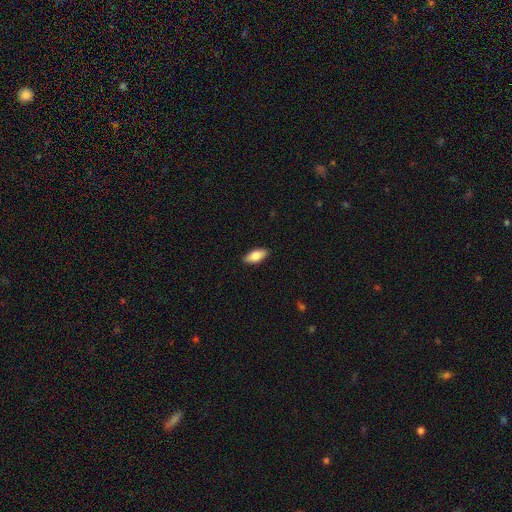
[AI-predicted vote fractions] A smooth galaxy with no disk features (80%) that is in between round and cigar-shaped (84%). Merging: none (89%).